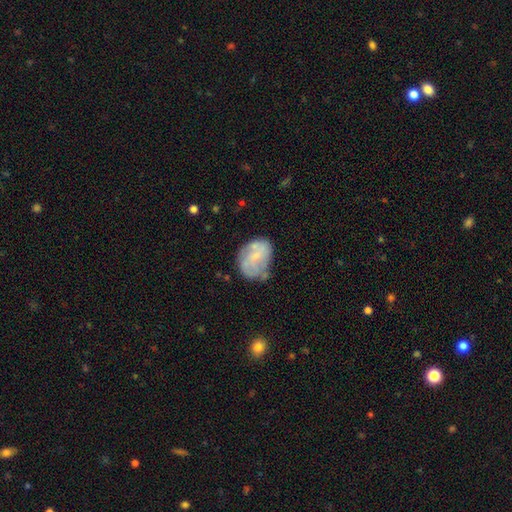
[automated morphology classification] Overall: featured or disk (50%; smooth 42%). Edge-on disk: no (97%). Merging: none (50%; minor disturbance 30%).